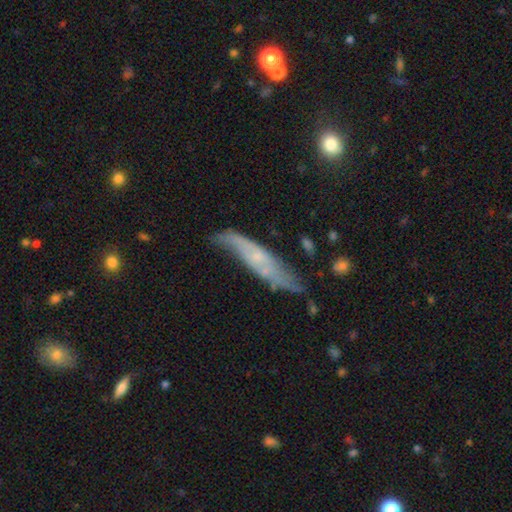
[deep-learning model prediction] Smooth or featured?
  - featured or disk: 58% *
  - smooth: 35%
  - star or artifact: 7%
Edge-on disk?
  - no: 55% *
  - yes: 45%
Merging?
  - none: 49% *
  - minor disturbance: 33%
  - major disturbance: 14%
  - merger: 5%